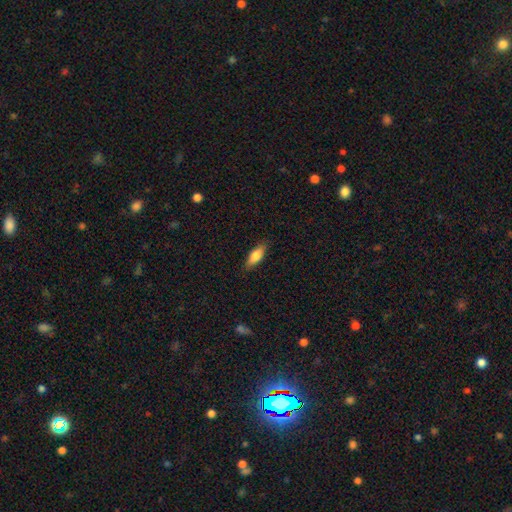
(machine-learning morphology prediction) A smooth galaxy with no disk features (74%) that is in between round and cigar-shaped (64%). Merging: none (86%).